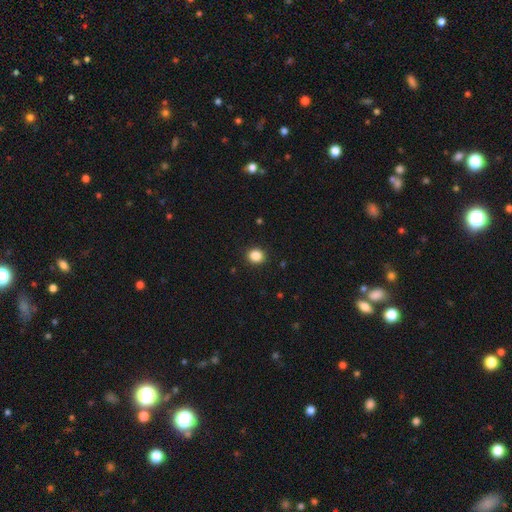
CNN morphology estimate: Smooth or featured: smooth — 87% (star or artifact — 10%)
How rounded: round — 80% (in between — 19%)
Merging: none — 92% (minor disturbance — 6%)